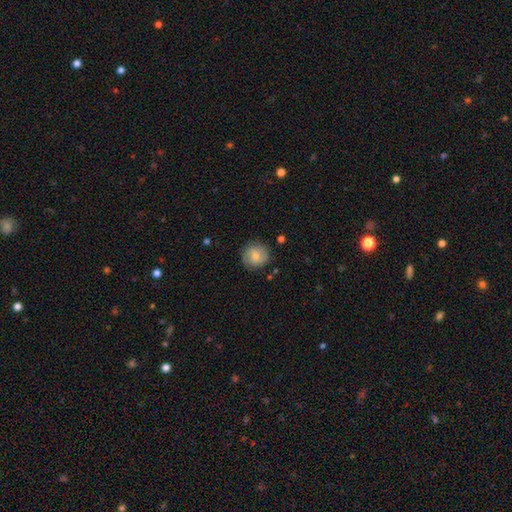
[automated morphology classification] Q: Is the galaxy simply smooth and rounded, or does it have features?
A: smooth — 71%.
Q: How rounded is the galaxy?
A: round — 90%.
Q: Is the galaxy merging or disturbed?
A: none — 82%.